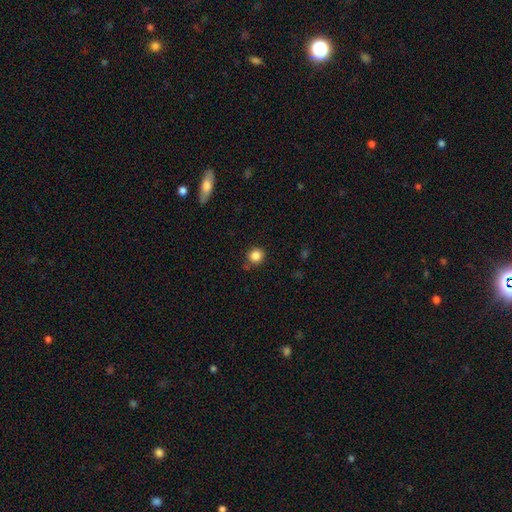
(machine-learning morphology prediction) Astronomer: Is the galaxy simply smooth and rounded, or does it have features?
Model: smooth — 85%.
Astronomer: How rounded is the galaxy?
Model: round — 91%.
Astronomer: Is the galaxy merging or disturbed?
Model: none — 82%.